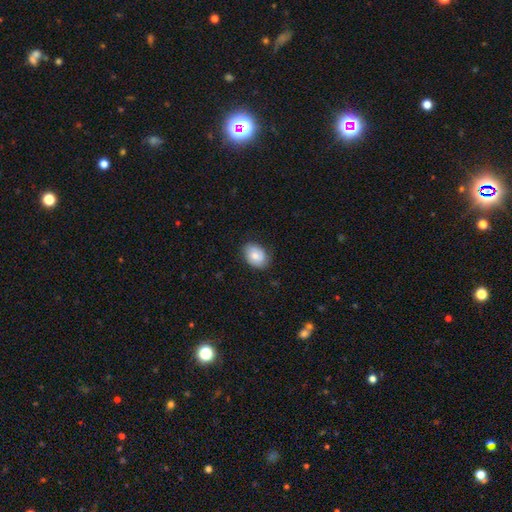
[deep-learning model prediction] The model was most divided on "how rounded": in between: 74%, round: 25%, cigar-shaped: 1%. More confident: merging — none (79%); smooth or featured — smooth (75%).